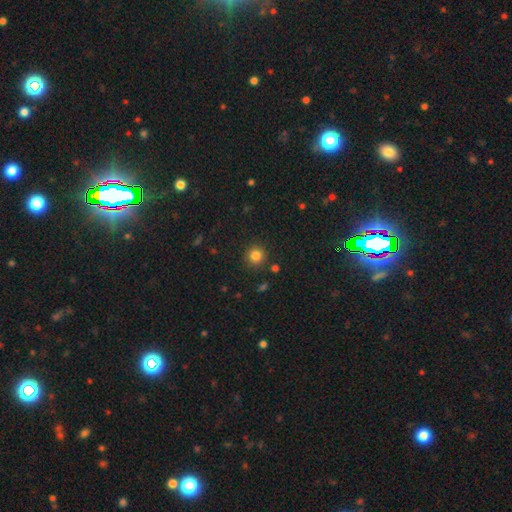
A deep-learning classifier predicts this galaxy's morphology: This is clearly a smooth galaxy (83%). How rounded: clearly round (92%). Merging: clearly none (88%).